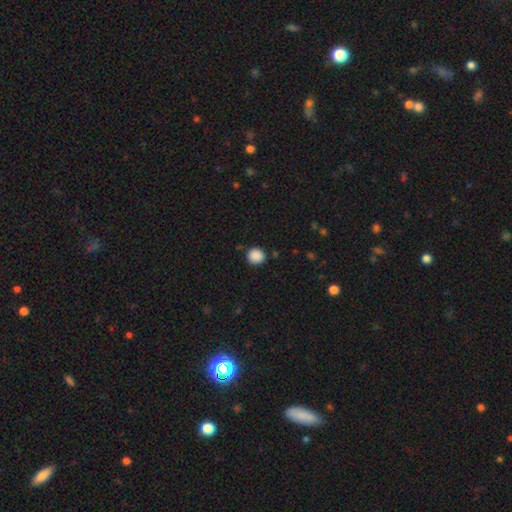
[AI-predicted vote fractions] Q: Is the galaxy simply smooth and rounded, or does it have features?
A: smooth — 88%.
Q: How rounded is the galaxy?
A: round — 88%.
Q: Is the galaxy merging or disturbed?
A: none — 88%.